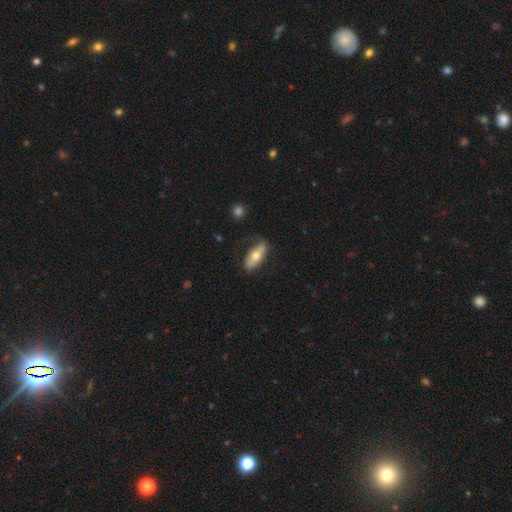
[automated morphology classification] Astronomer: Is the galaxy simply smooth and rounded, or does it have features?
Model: smooth — 56% (runner-up: featured or disk, 38%).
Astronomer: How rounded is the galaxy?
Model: in between — 69%.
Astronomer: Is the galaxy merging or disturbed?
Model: none — 73%.